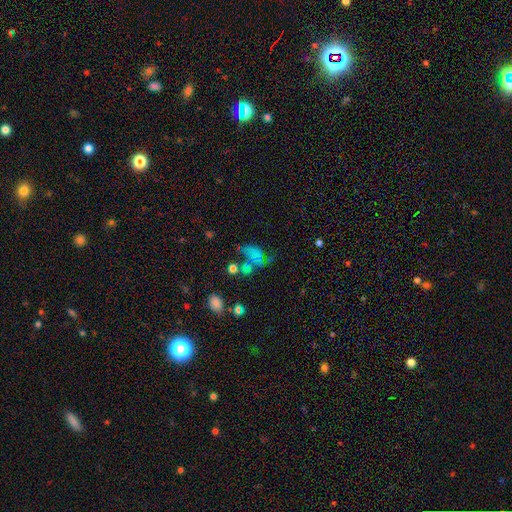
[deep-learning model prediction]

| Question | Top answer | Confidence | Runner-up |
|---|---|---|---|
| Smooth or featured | smooth | 47% | featured or disk (29%) |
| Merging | major disturbance | 34% | none (25%) |